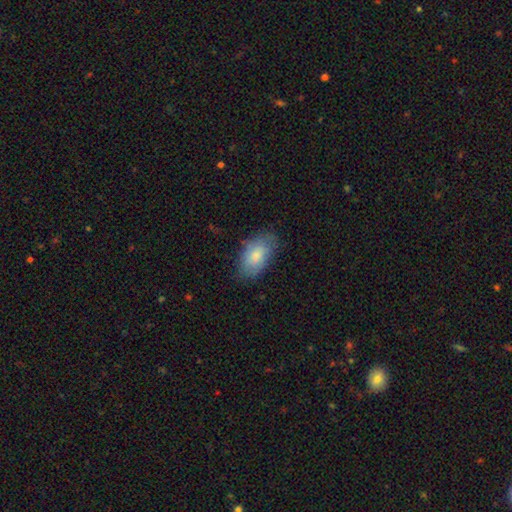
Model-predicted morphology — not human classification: Smooth or featured? Predicted: smooth (p=0.77). How rounded? Predicted: in between (p=0.93). Merging? Predicted: none (p=0.72).